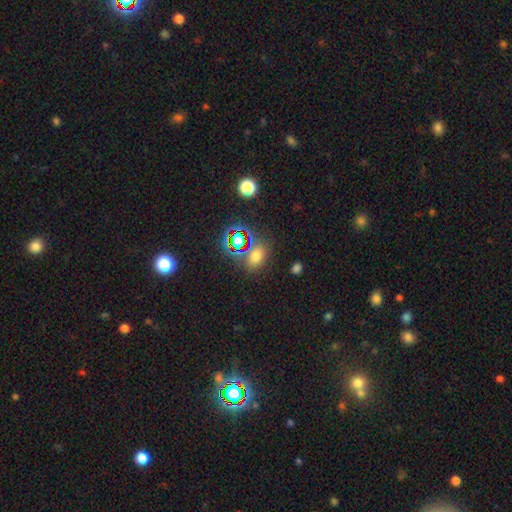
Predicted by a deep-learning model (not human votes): Morphology: type=smooth (59%); roundness=in between (59%); merging=none (74%).